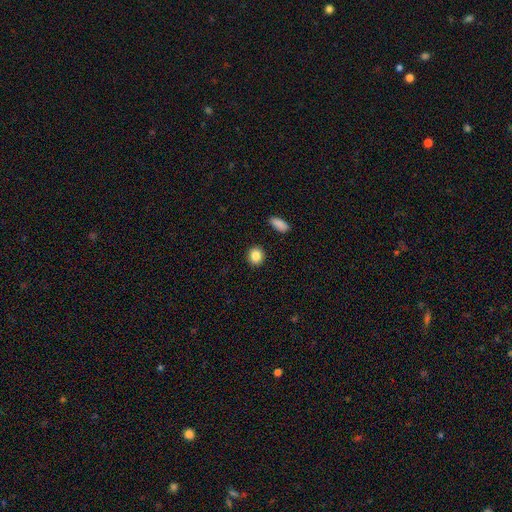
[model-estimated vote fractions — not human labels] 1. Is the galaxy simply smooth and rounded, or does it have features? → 87% smooth, 9% star or artifact, 5% featured or disk.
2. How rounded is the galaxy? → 79% round, 19% in between, 1% cigar-shaped.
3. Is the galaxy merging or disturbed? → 90% none, 6% minor disturbance, 2% merger, 2% major disturbance.